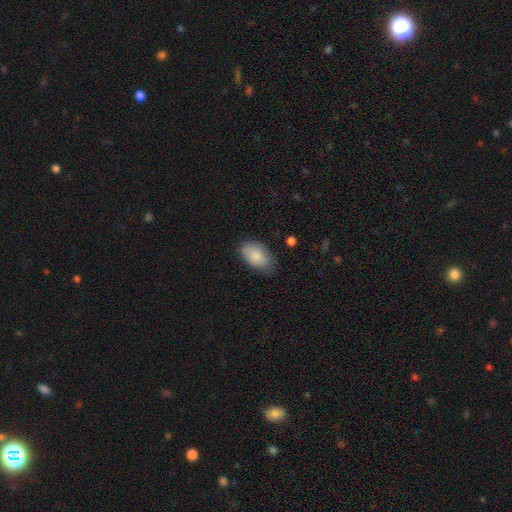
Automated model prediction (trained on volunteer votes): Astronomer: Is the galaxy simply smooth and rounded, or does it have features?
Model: smooth — 85%.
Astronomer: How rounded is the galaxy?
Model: in between — 93%.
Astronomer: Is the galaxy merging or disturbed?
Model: none — 70%.